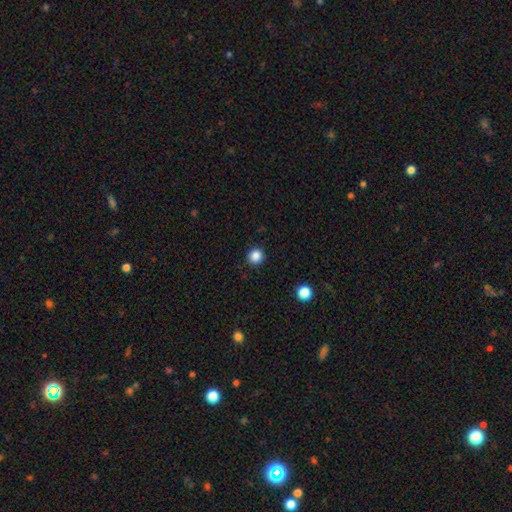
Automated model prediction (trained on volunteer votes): This is clearly a smooth galaxy (85%). How rounded: clearly round (93%). Merging: clearly none (92%).